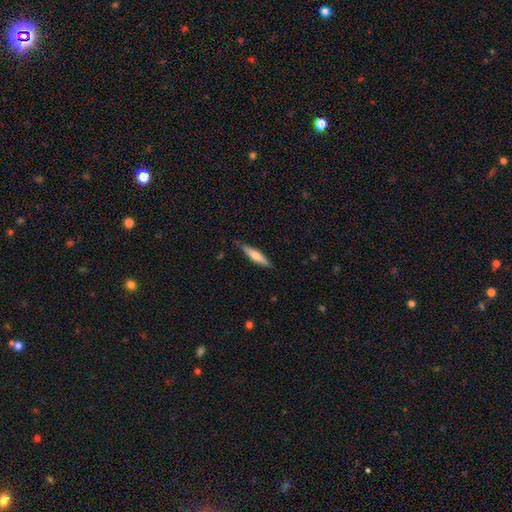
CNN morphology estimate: Q: Smooth or featured?
A: smooth (54%); runner-up: featured or disk (40%)
Q: How rounded?
A: cigar-shaped (83%); runner-up: in between (16%)
Q: Merging?
A: none (84%); runner-up: minor disturbance (13%)